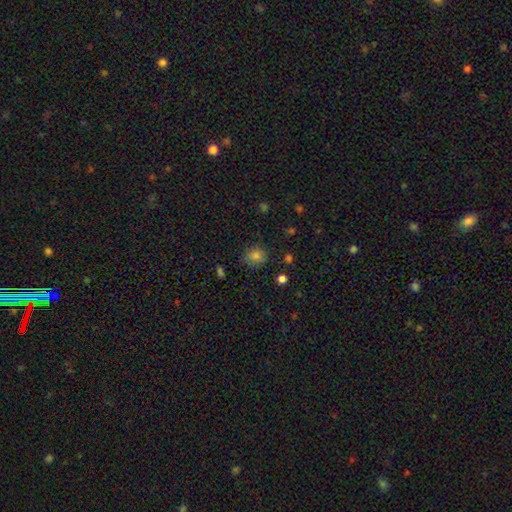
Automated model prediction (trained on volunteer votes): Overall: smooth (81%). How rounded: round (83%). Merging: none (84%).